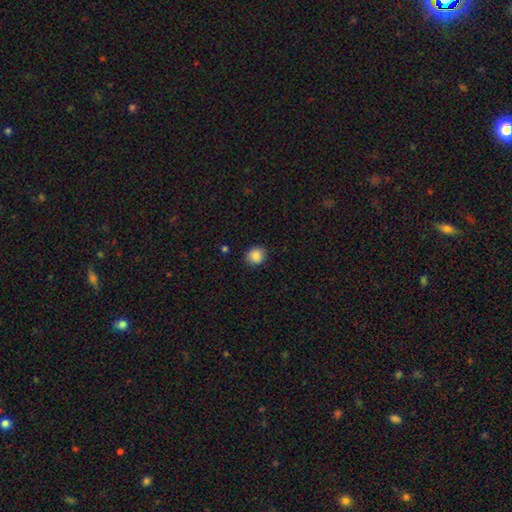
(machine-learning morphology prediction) smooth 88%, star or artifact 9%, featured or disk 3%. Down the decision tree: how rounded — round (85%); merging — none (89%).